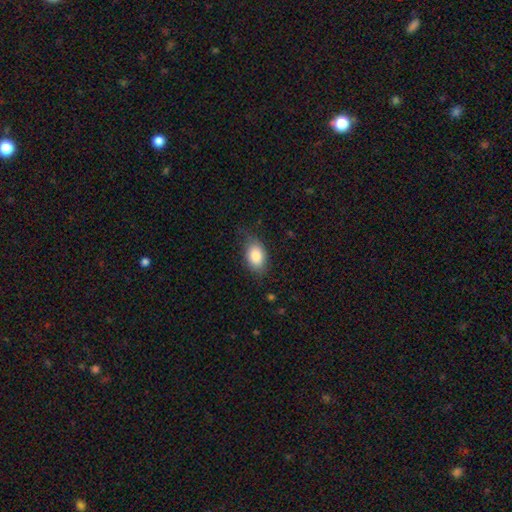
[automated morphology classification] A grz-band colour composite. It shows a smooth galaxy with no disk features (84%) that is in between round and cigar-shaped (88%). Merging: none (68%).